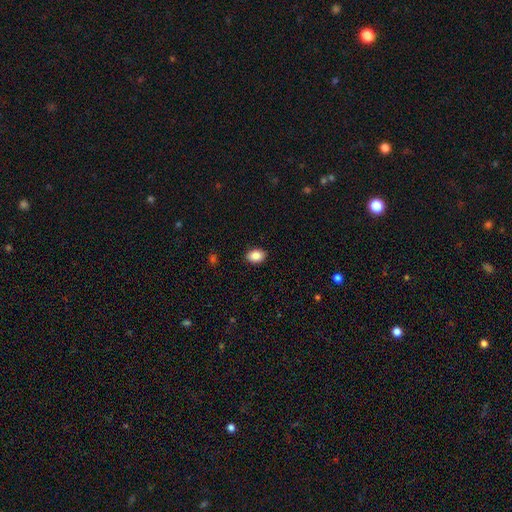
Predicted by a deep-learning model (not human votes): smooth-or-featured: smooth: 88% | star or artifact: 8% | featured or disk: 4%
  how-rounded: in between: 78% | round: 21% | cigar-shaped: 1%
  merging: none: 89% | minor disturbance: 8% | major disturbance: 2% | merger: 1%